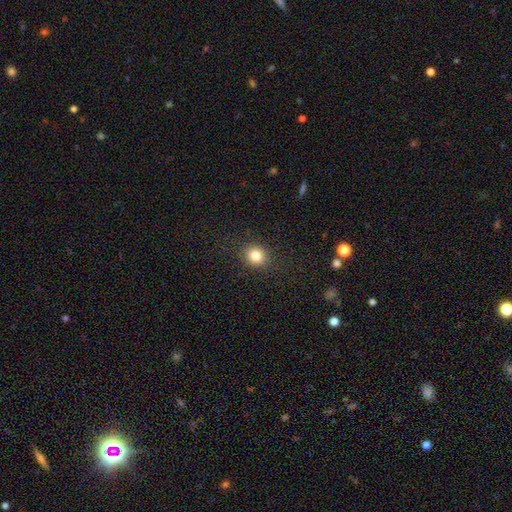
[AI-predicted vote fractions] Smooth or featured? Predicted: smooth (p=0.83). How rounded? Predicted: round (p=0.74). Merging? Predicted: none (p=0.87).